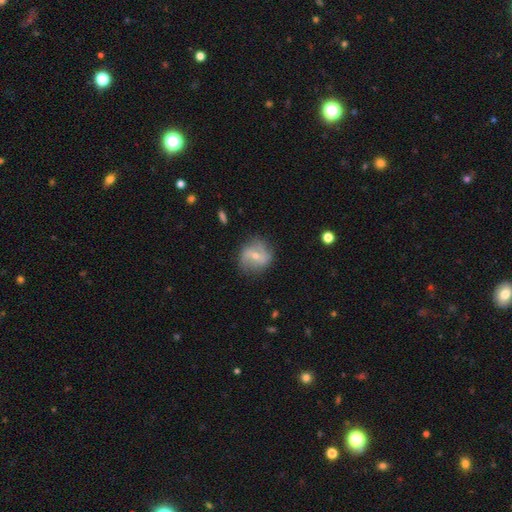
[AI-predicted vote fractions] Smooth or featured? Predicted: featured or disk (p=0.61). Edge-on disk? Predicted: no (p=0.94). Bar? Predicted: weak (p=0.44). Spiral arms? Predicted: yes (p=0.69). Bulge size? Predicted: small (p=0.49). Merging? Predicted: none (p=0.73).